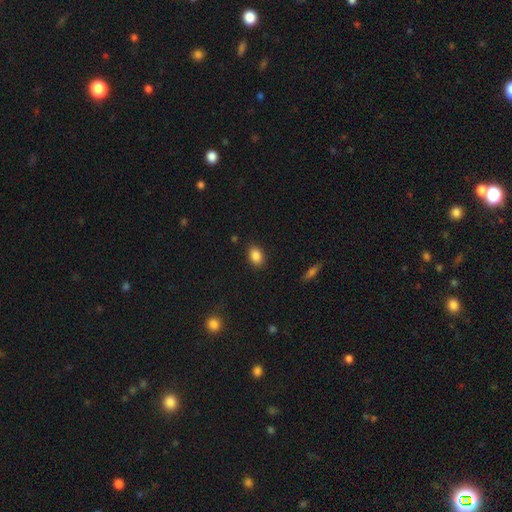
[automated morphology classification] type=smooth (86%); roundness=in between (76%); merging=none (87%).